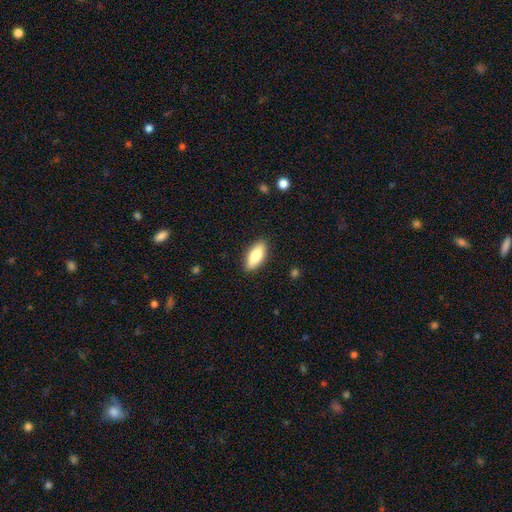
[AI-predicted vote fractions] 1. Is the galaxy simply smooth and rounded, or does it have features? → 81% smooth, 13% featured or disk, 6% star or artifact.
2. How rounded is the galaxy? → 81% in between, 17% cigar-shaped, 2% round.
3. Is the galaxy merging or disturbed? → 88% none, 9% minor disturbance, 2% major disturbance, 1% merger.